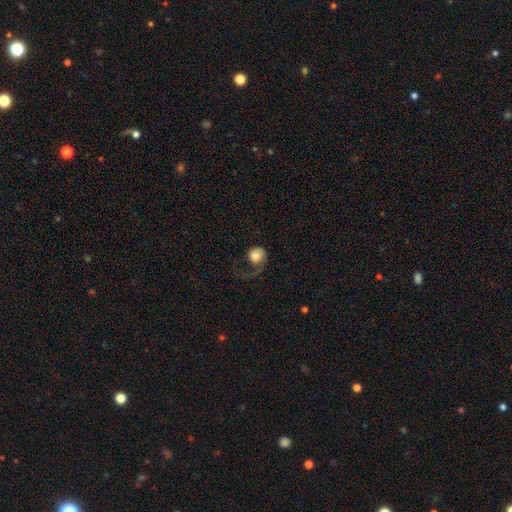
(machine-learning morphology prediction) smooth-or-featured: smooth: 55% | featured or disk: 37% | star or artifact: 8%
  how-rounded: round: 70% | in between: 29% | cigar-shaped: 1%
  merging: major disturbance: 57% | none: 25% | minor disturbance: 15% | merger: 3%